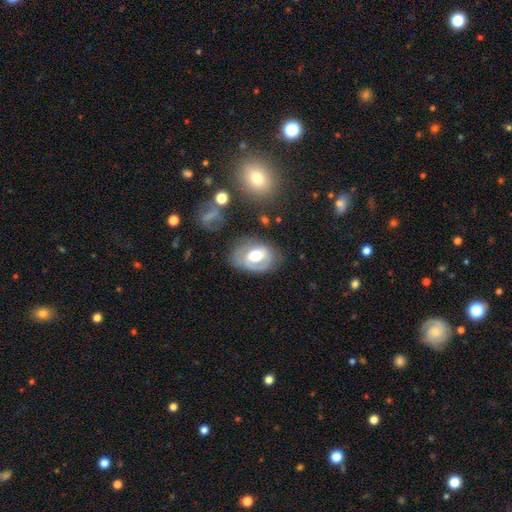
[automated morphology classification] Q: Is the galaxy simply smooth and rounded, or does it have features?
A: featured or disk — 52%.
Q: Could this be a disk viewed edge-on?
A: no — 94%.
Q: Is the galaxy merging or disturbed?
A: none — 58%.